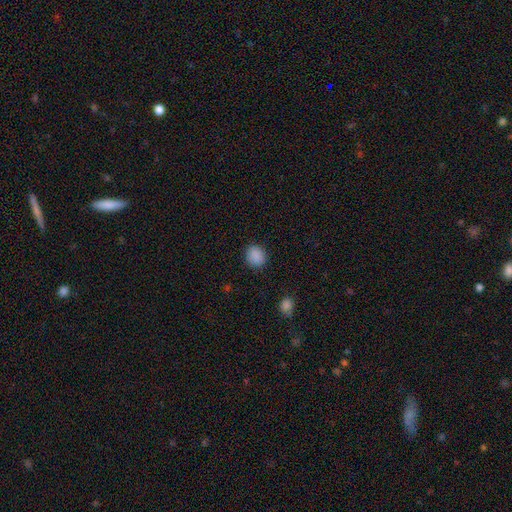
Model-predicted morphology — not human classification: Smooth or featured?
  - smooth: 88% *
  - star or artifact: 9%
  - featured or disk: 3%
How rounded?
  - round: 68% *
  - in between: 31%
  - cigar-shaped: 1%
Merging?
  - none: 88% *
  - minor disturbance: 8%
  - major disturbance: 3%
  - merger: 1%